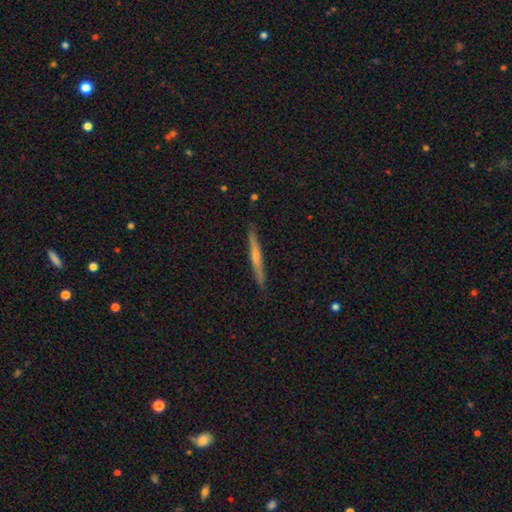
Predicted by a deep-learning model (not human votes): featured or disk 57%, smooth 37%, star or artifact 6%. Down the decision tree: edge-on disk — yes (97%); edge-on bulge — none (48%); merging — none (90%).